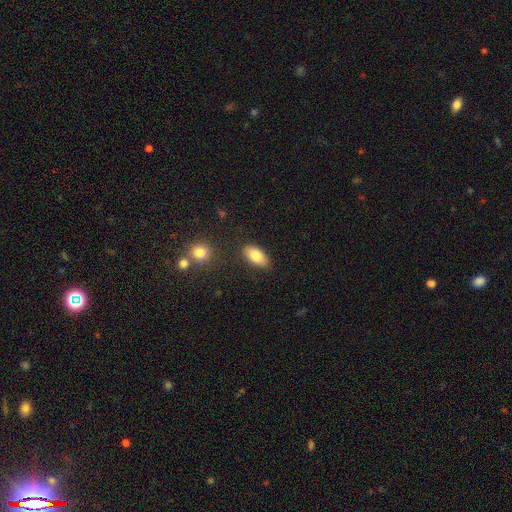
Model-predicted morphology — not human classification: A smooth galaxy with no disk features (82%) that is in between round and cigar-shaped (91%).

Vote fractions:
- Smooth or featured? smooth: 82% / featured or disk: 11% / star or artifact: 7%
- How rounded? in between: 91% / cigar-shaped: 5% / round: 3%
- Merging? none: 84% / minor disturbance: 11% / major disturbance: 3% / merger: 3%